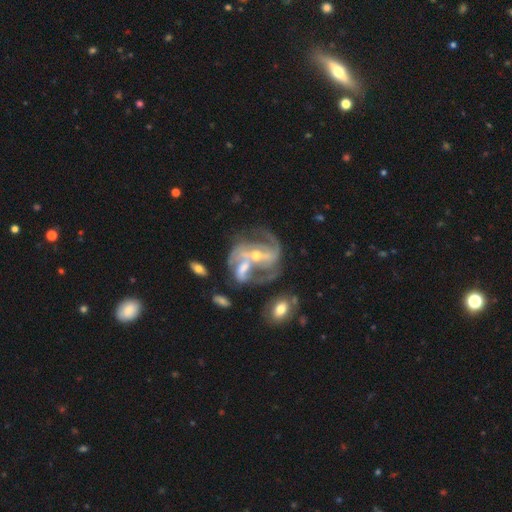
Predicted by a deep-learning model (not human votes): Q: Smooth or featured?
A: featured or disk (88%); runner-up: star or artifact (7%)
Q: Edge-on disk?
A: no (97%); runner-up: yes (3%)
Q: Bar?
A: strong (47%); runner-up: weak (31%)
Q: Spiral arms?
A: yes (95%); runner-up: no (5%)
Q: Spiral winding?
A: medium (52%); runner-up: tight (26%)
Q: Spiral arm count?
A: 2 (55%); runner-up: 3 (20%)
Q: Bulge size?
A: small (56%); runner-up: moderate (40%)
Q: Merging?
A: none (38%); runner-up: merger (36%)